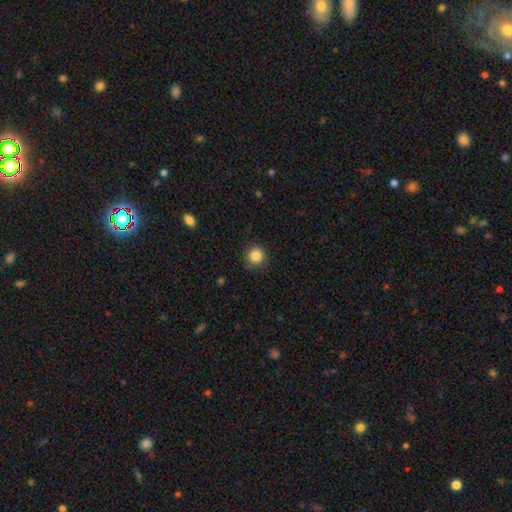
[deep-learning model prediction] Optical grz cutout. It shows a smooth galaxy with no disk features (85%) that is round (94%). Merging: none (89%).